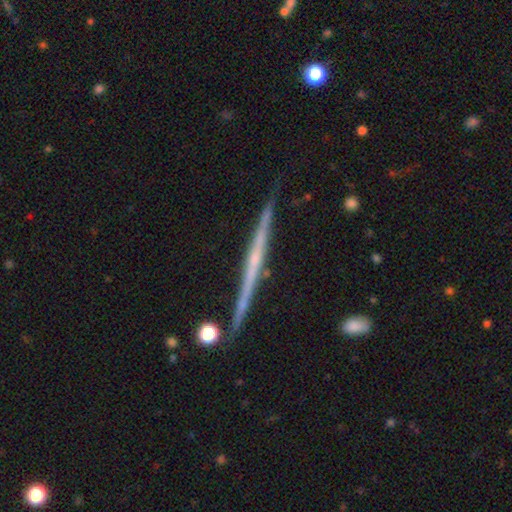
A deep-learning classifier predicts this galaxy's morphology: This appears to be a featured or disk galaxy (77%) viewed edge-on (98%) with no central bulge (63%). Merging: none (87%).